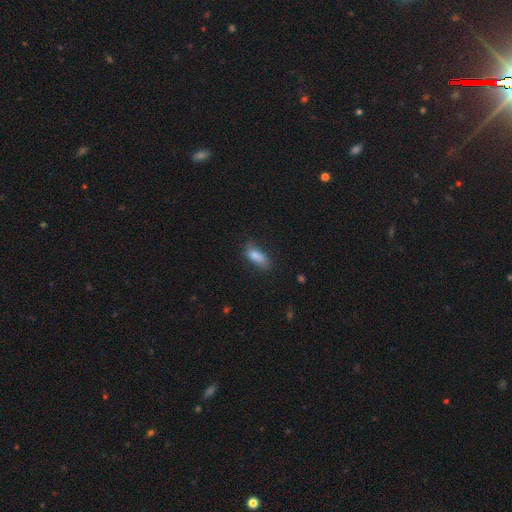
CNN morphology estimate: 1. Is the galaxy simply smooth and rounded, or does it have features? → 81% smooth, 10% featured or disk, 9% star or artifact.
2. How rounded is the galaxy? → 77% in between, 20% cigar-shaped, 3% round.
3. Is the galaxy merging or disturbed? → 61% none, 27% minor disturbance, 10% major disturbance, 2% merger.